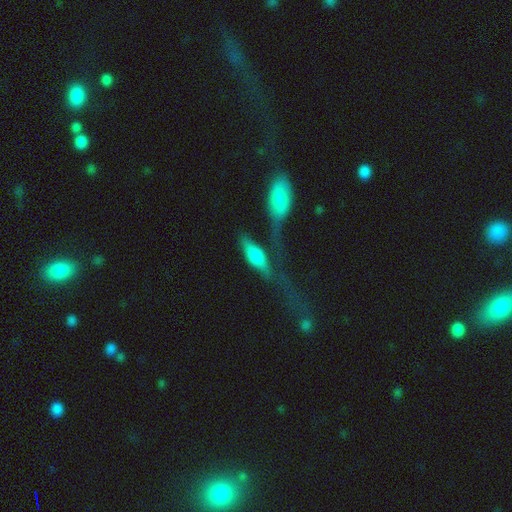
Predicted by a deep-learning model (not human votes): A smooth galaxy with no disk features (53%) that is in between round and cigar-shaped (66%).

Vote fractions:
- Smooth or featured? smooth: 53% / featured or disk: 38% / star or artifact: 8%
- How rounded? in between: 66% / cigar-shaped: 28% / round: 6%
- Merging? merger: 32% / none: 30% / major disturbance: 22% / minor disturbance: 16%